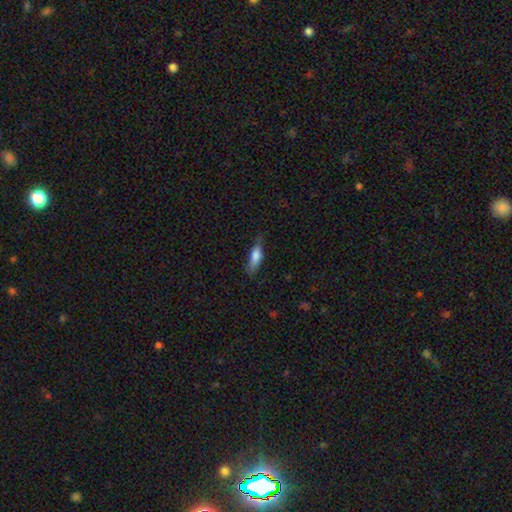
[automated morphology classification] smooth 73%, featured or disk 20%, star or artifact 7%. Down the decision tree: how rounded — in between (49%); merging — none (69%).